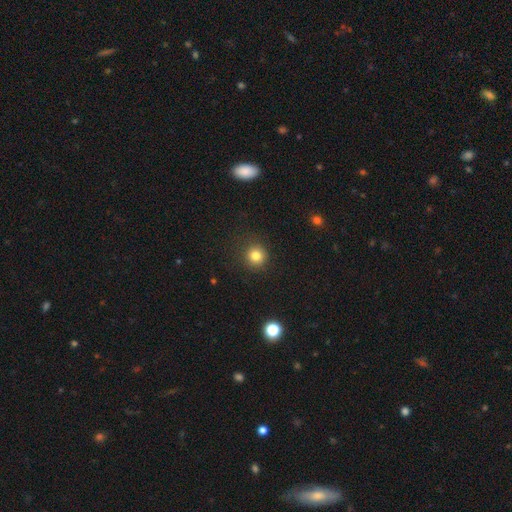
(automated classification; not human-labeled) Smooth or featured: smooth — 82% (star or artifact — 13%)
How rounded: round — 93% (in between — 6%)
Merging: none — 89% (minor disturbance — 7%)